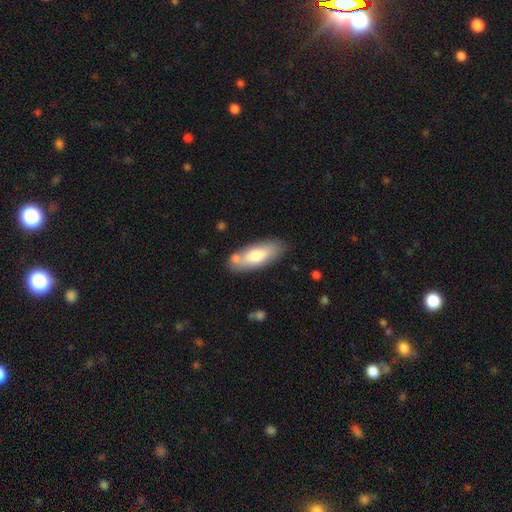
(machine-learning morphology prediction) Overall: smooth (72%). How rounded: in between (73%). Merging: none (70%).